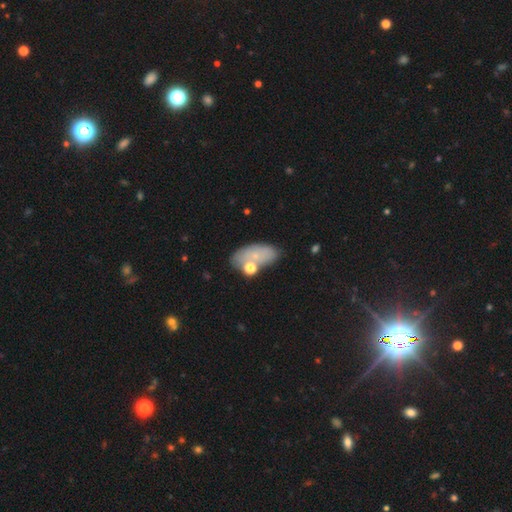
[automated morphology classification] Smooth or featured: smooth — 65% (featured or disk — 23%)
How rounded: in between — 89% (round — 7%)
Merging: none — 62% (minor disturbance — 19%)